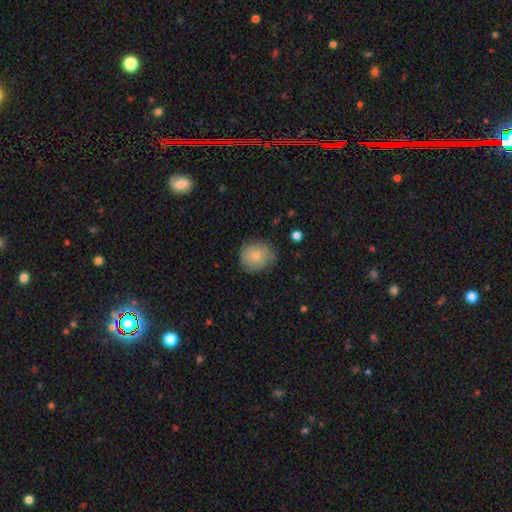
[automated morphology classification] Overall: smooth (59%; featured or disk 33%). How rounded: round (81%). Merging: none (71%).